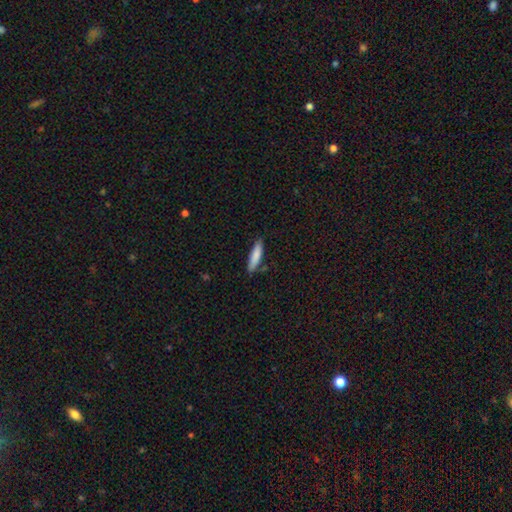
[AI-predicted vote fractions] The model was most divided on "how rounded": cigar-shaped: 75%, in between: 24%, round: 1%. More confident: smooth or featured — smooth (83%); merging — none (80%).